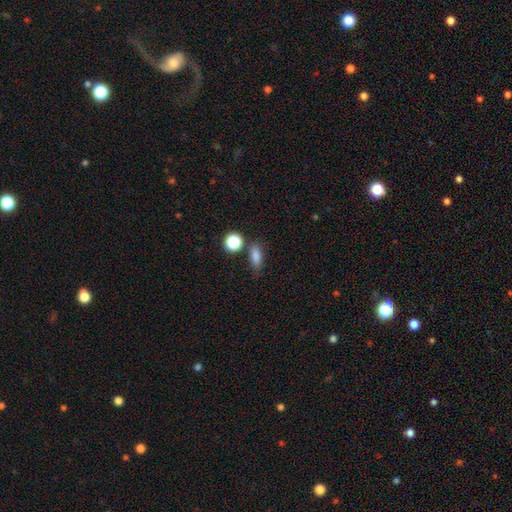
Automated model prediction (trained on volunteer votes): Overall: smooth (82%). How rounded: in between (66%). Merging: none (72%).